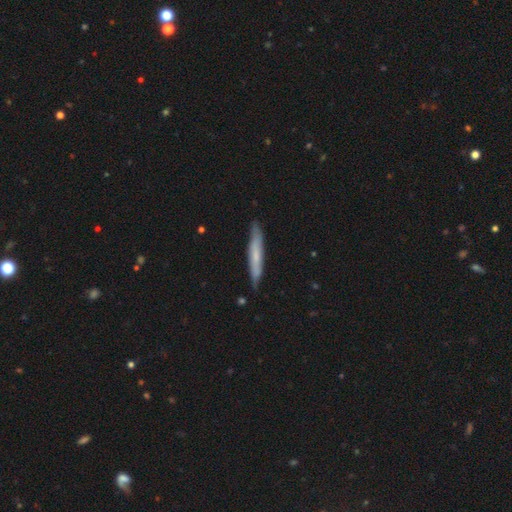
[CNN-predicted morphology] This appears to be a smooth galaxy with no disk features (55%) that is cigar-shaped (93%). Merging: none (83%).